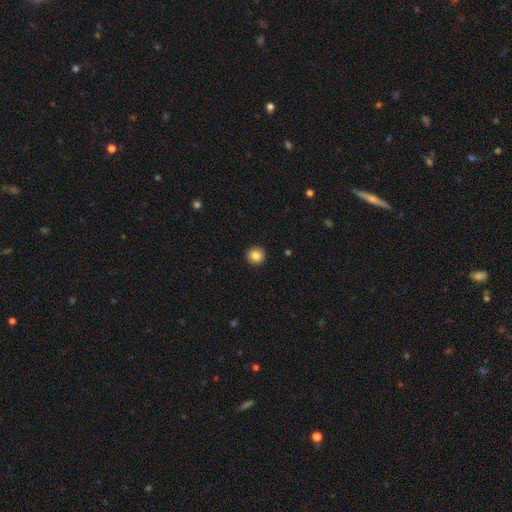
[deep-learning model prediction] A smooth galaxy with no disk features (85%) that is round (93%).

Vote fractions:
- Smooth or featured? smooth: 85% / star or artifact: 9% / featured or disk: 6%
- How rounded? round: 93% / in between: 6% / cigar-shaped: 1%
- Merging? none: 92% / minor disturbance: 5% / major disturbance: 2% / merger: 1%